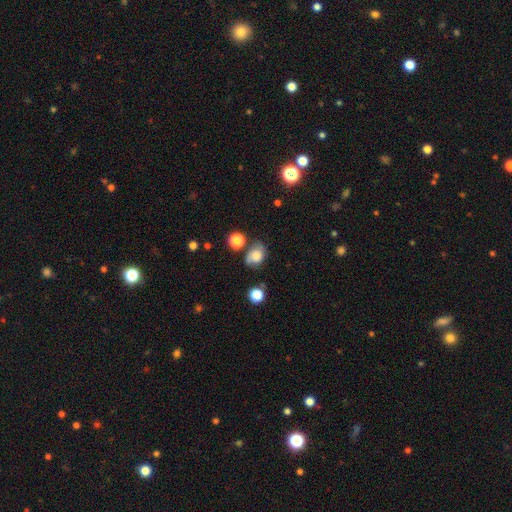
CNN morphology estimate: Smooth or featured? Predicted: smooth (p=0.63). How rounded? Predicted: in between (p=0.57). Merging? Predicted: none (p=0.51).